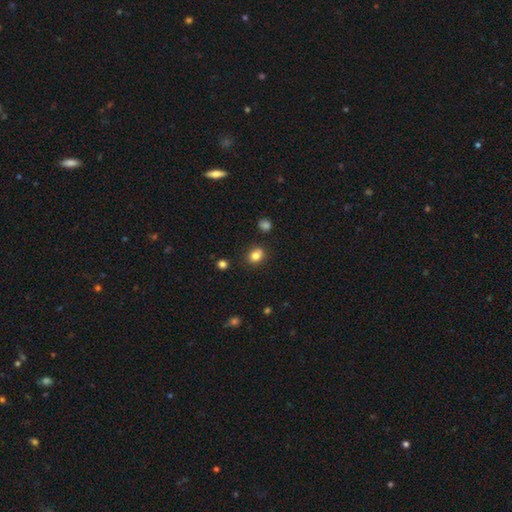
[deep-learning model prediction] Smooth or featured? smooth (81%)
How rounded? in between (49%, tied with round)
Merging? none (80%)